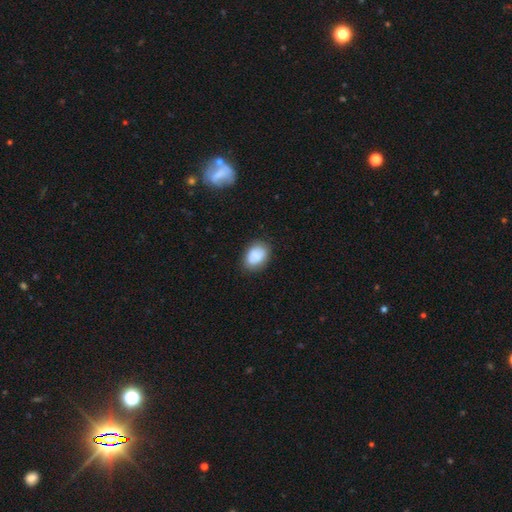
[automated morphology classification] smooth-or-featured: smooth: 82% | featured or disk: 10% | star or artifact: 8%
  how-rounded: in between: 75% | round: 24% | cigar-shaped: 1%
  merging: none: 77% | minor disturbance: 17% | major disturbance: 4% | merger: 2%